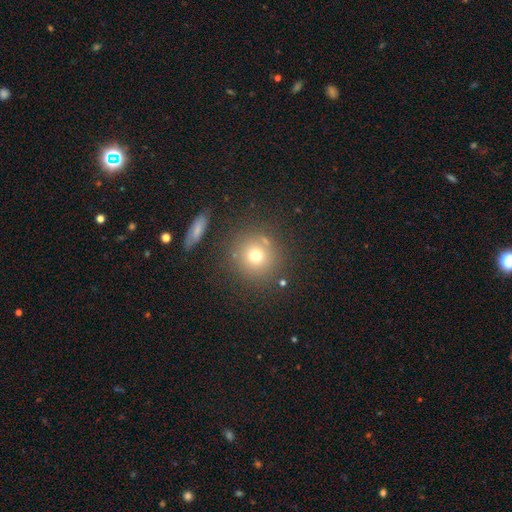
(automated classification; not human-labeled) Smooth or featured?
  - smooth: 71% *
  - star or artifact: 16%
  - featured or disk: 13%
How rounded?
  - round: 93% *
  - in between: 6%
  - cigar-shaped: 1%
Merging?
  - none: 79% *
  - minor disturbance: 10%
  - merger: 8%
  - major disturbance: 4%